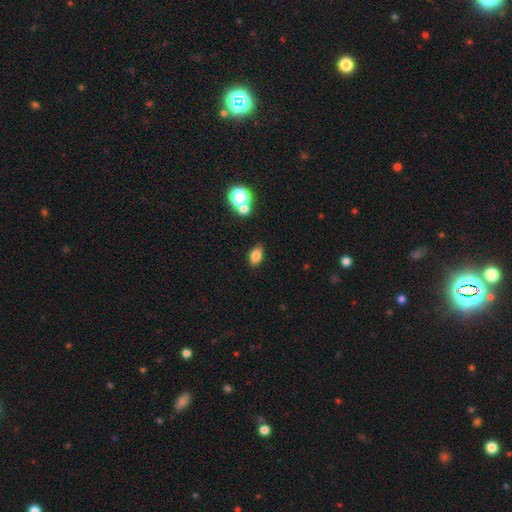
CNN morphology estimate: type=smooth (79%); roundness=in between (85%); merging=none (83%).